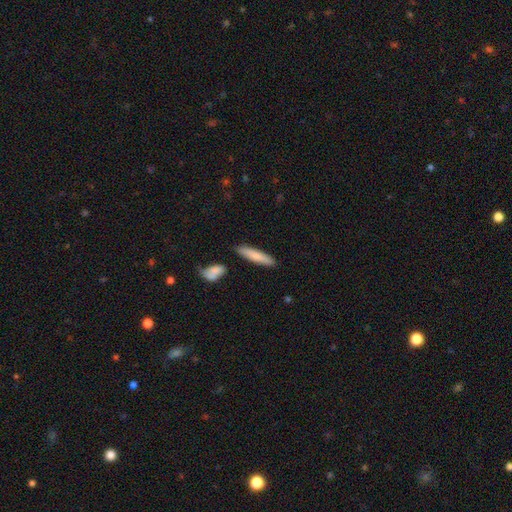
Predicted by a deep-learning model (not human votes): Smooth or featured?
  - smooth: 78% *
  - featured or disk: 16%
  - star or artifact: 6%
How rounded?
  - cigar-shaped: 82% *
  - in between: 16%
  - round: 2%
Merging?
  - none: 85% *
  - minor disturbance: 10%
  - merger: 4%
  - major disturbance: 2%